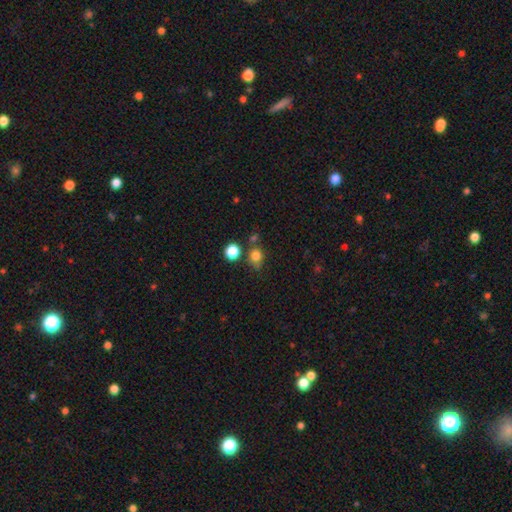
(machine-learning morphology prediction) smooth_or_featured: smooth (p=0.80) [alt: star or artifact p=0.15]
how_rounded: round (p=0.78) [alt: in between p=0.21]
merging: none (p=0.65) [alt: merger p=0.15]